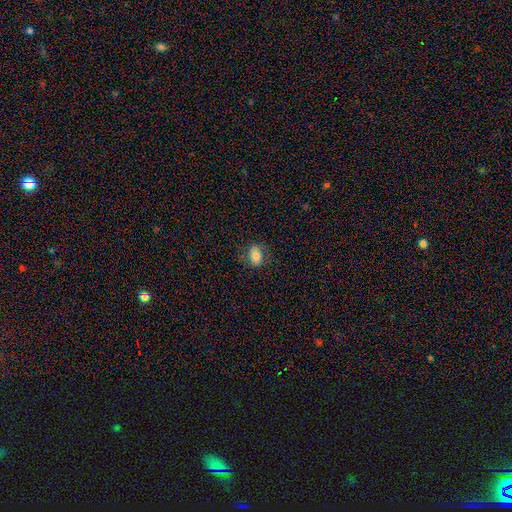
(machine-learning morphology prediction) Overall: smooth (77%). How rounded: in between (79%). Merging: none (78%).